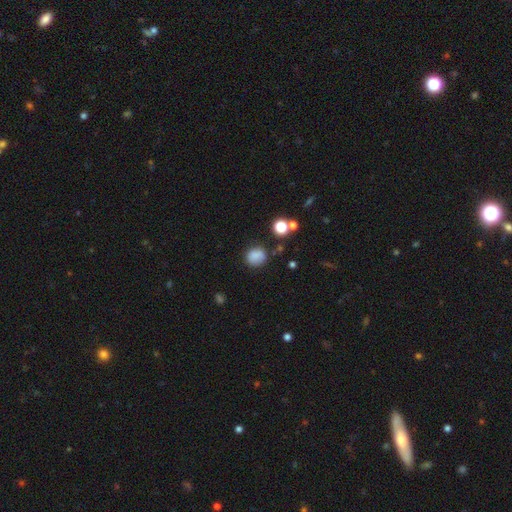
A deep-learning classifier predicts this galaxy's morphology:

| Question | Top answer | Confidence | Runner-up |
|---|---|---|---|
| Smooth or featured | smooth | 81% | star or artifact (13%) |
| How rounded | round | 77% | in between (22%) |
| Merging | none | 74% | minor disturbance (17%) |